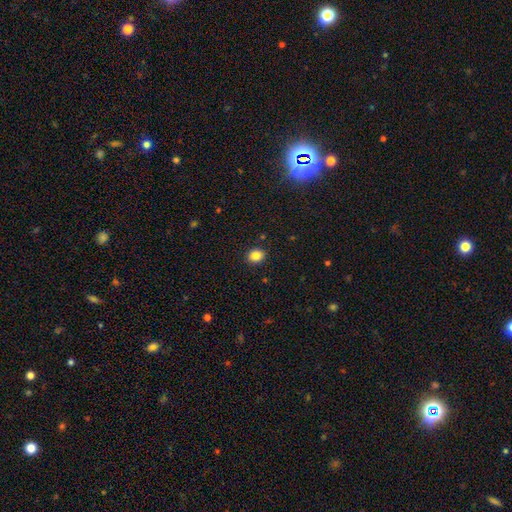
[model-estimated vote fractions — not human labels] Morphology: type=smooth (85%); roundness=round (64%); merging=none (90%).